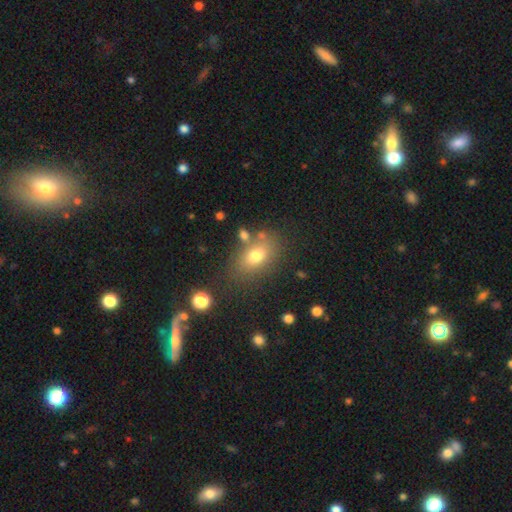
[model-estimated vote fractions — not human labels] smooth-or-featured: smooth: 73% | featured or disk: 15% | star or artifact: 12%
  how-rounded: in between: 80% | round: 17% | cigar-shaped: 3%
  merging: none: 72% | minor disturbance: 13% | merger: 9% | major disturbance: 6%